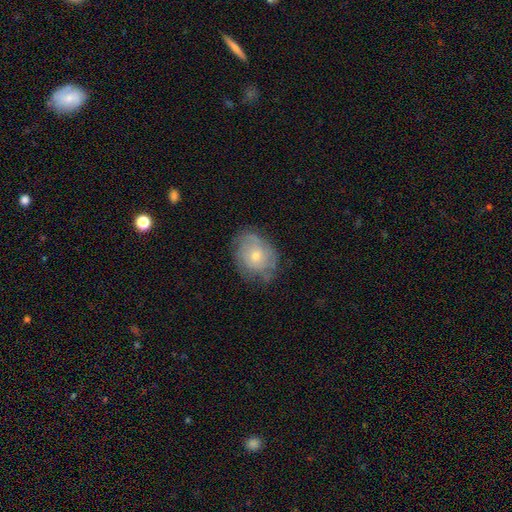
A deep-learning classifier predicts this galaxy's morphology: smooth_or_featured: featured or disk (p=0.56) [alt: smooth p=0.36]
disk_edge_on: no (p=0.96) [alt: yes p=0.04]
bar: no (p=0.83) [alt: weak p=0.15]
has_spiral_arms: yes (p=0.73) [alt: no p=0.27]
bulge_size: small (p=0.53) [alt: moderate p=0.43]
merging: none (p=0.67) [alt: minor disturbance p=0.24]